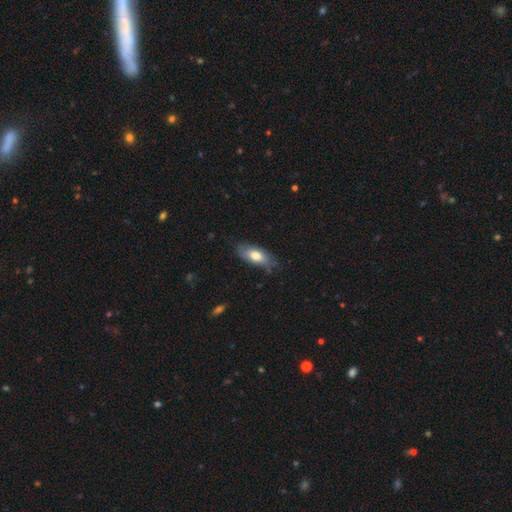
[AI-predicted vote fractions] Smooth or featured: smooth — 72% (featured or disk — 22%)
How rounded: in between — 84% (cigar-shaped — 13%)
Merging: none — 71% (minor disturbance — 23%)